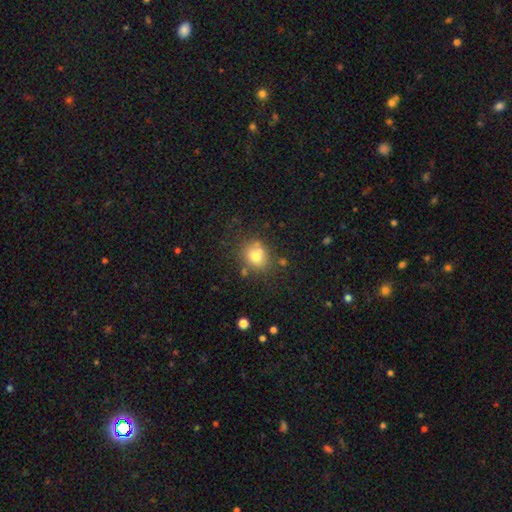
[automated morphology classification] Smooth or featured?
  - smooth: 72% *
  - featured or disk: 15%
  - star or artifact: 13%
How rounded?
  - round: 68% *
  - in between: 31%
  - cigar-shaped: 1%
Merging?
  - none: 65% *
  - minor disturbance: 15%
  - merger: 15%
  - major disturbance: 5%